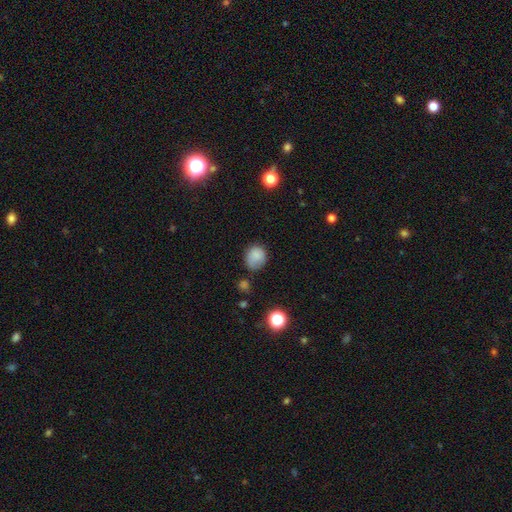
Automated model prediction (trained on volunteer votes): Smooth or featured?
  - smooth: 83% *
  - star or artifact: 11%
  - featured or disk: 7%
How rounded?
  - round: 73% *
  - in between: 26%
  - cigar-shaped: 1%
Merging?
  - none: 62% *
  - minor disturbance: 27%
  - major disturbance: 7%
  - merger: 4%